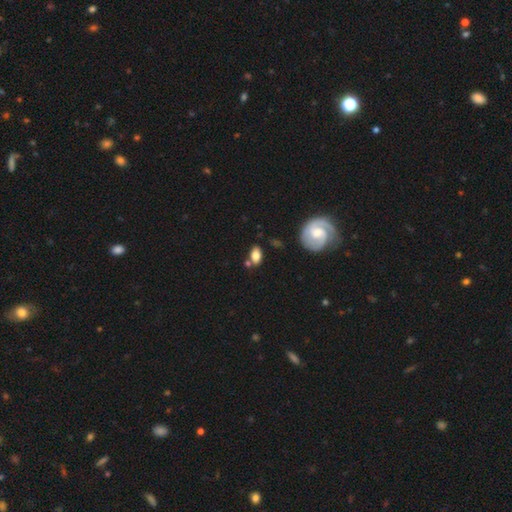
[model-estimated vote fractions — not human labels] A smooth galaxy with no disk features (74%) that is in between round and cigar-shaped (84%).

Vote fractions:
- Smooth or featured? smooth: 74% / featured or disk: 17% / star or artifact: 8%
- How rounded? in between: 84% / round: 12% / cigar-shaped: 4%
- Merging? none: 68% / minor disturbance: 16% / merger: 12% / major disturbance: 4%